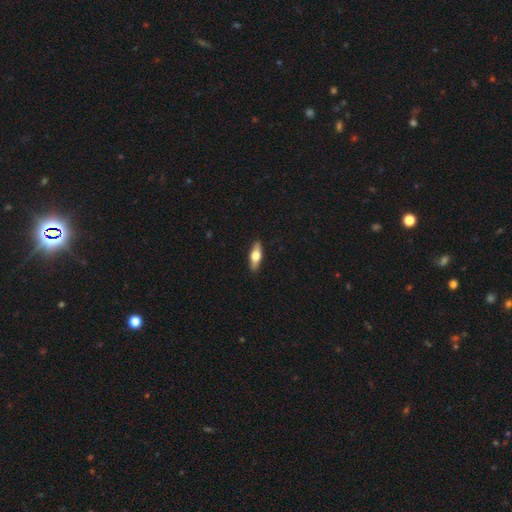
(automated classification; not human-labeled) This appears to be a smooth galaxy with no disk features (59%) that is in between round and cigar-shaped (61%). Merging: none (90%).